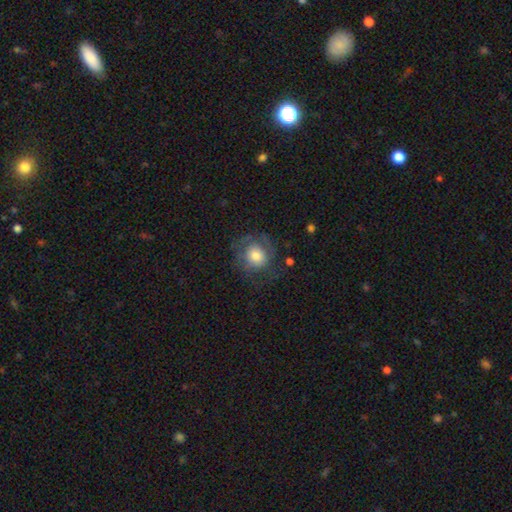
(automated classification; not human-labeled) Morphology: type=smooth (60%); roundness=round (83%); merging=none (58%).